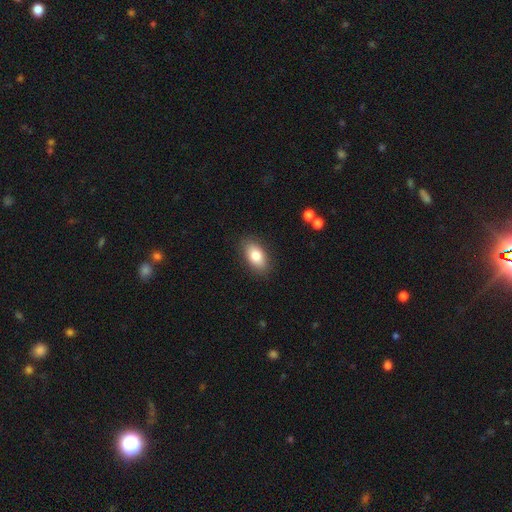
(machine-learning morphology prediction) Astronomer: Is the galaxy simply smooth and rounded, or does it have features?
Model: smooth — 81%.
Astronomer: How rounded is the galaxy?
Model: in between — 91%.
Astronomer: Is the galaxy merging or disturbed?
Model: none — 87%.